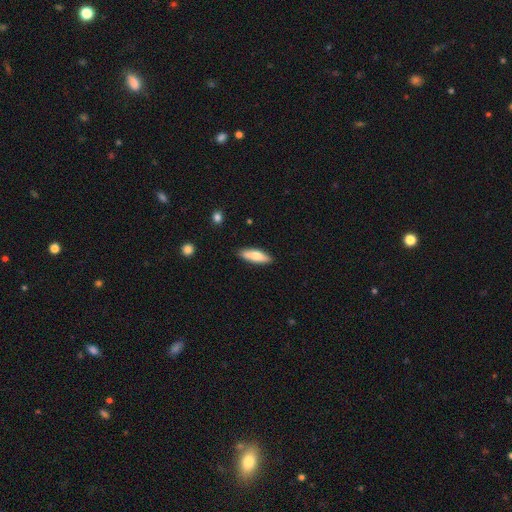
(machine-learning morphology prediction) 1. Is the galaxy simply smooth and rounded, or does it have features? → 71% smooth, 24% featured or disk, 6% star or artifact.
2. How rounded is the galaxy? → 53% cigar-shaped, 45% in between, 2% round.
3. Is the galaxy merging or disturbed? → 87% none, 9% minor disturbance, 2% major disturbance, 1% merger.